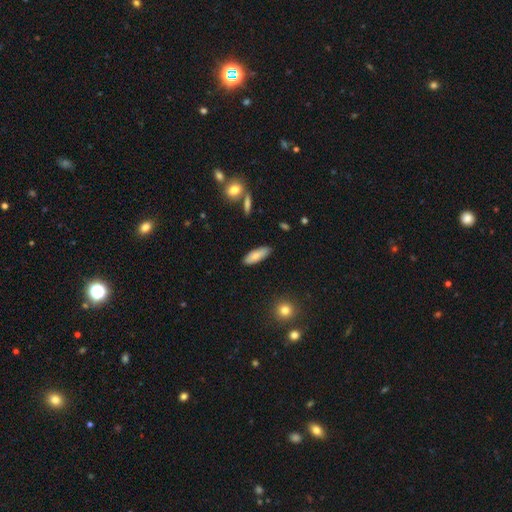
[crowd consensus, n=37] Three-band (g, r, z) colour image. It shows a smooth galaxy with no disk features (78%) that is in between round and cigar-shaped (66%). Merging: none (97%).